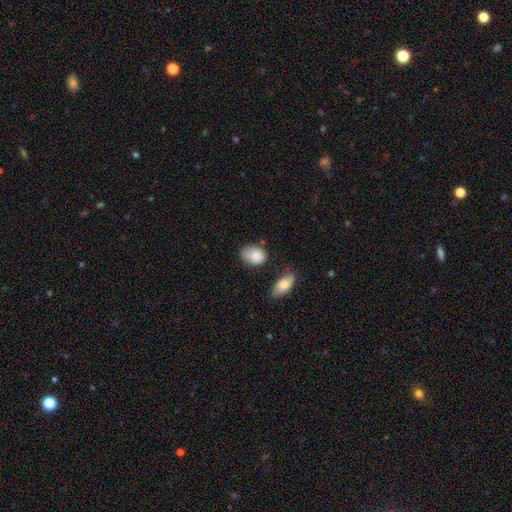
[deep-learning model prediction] Smooth or featured: smooth — 83% (featured or disk — 9%)
How rounded: in between — 68% (round — 31%)
Merging: none — 45% (minor disturbance — 35%)